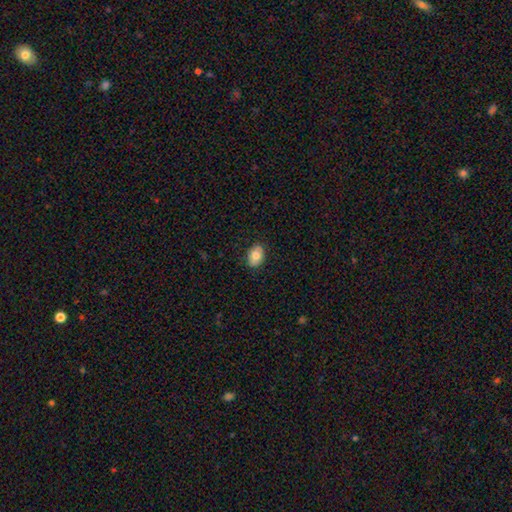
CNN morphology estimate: A smooth galaxy with no disk features (77%) that is in between round and cigar-shaped (77%).

Vote fractions:
- Smooth or featured? smooth: 77% / featured or disk: 15% / star or artifact: 8%
- How rounded? in between: 77% / round: 22% / cigar-shaped: 1%
- Merging? none: 87% / minor disturbance: 10% / major disturbance: 2% / merger: 1%